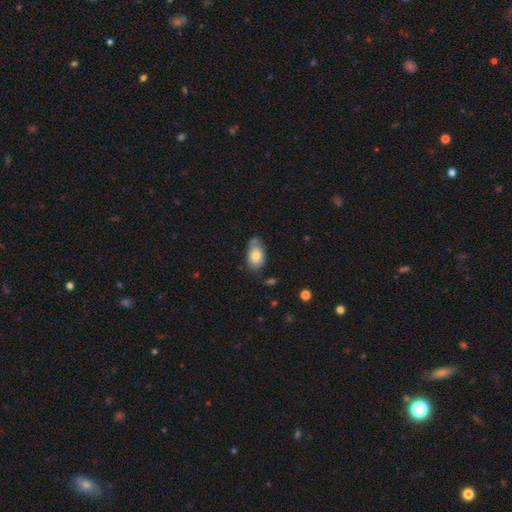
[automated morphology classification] smooth_or_featured: smooth (p=0.77) [alt: featured or disk p=0.16]
how_rounded: in between (p=0.87) [alt: round p=0.11]
merging: none (p=0.57) [alt: minor disturbance p=0.27]